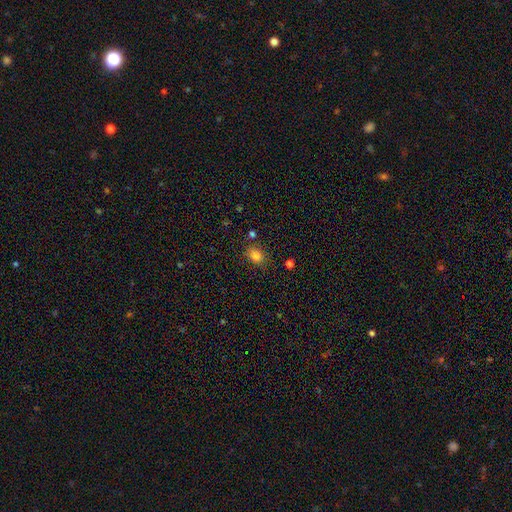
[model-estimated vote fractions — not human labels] Smooth or featured? smooth (83%)
How rounded? in between (59%)
Merging? none (77%)